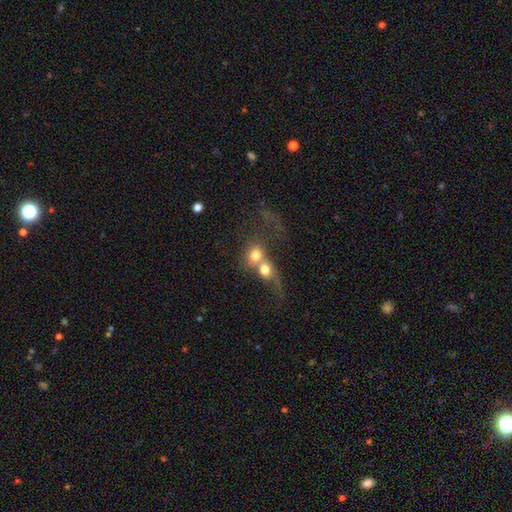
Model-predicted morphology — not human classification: A smooth galaxy with no disk features (64%) that is round (65%). Merging: merger (77%).